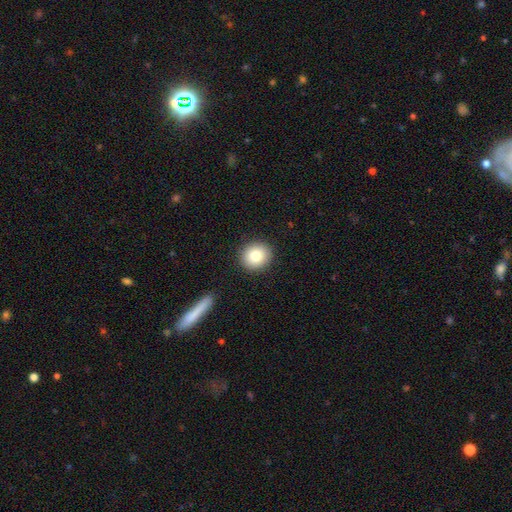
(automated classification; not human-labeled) Smooth or featured? Predicted: smooth (p=0.80). How rounded? Predicted: round (p=0.87). Merging? Predicted: none (p=0.91).